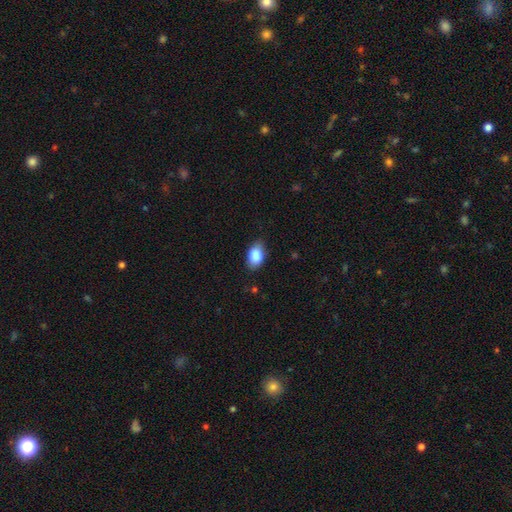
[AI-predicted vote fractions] This appears to be a smooth galaxy with no disk features (87%) that is in between round and cigar-shaped (89%). Merging: none (76%).